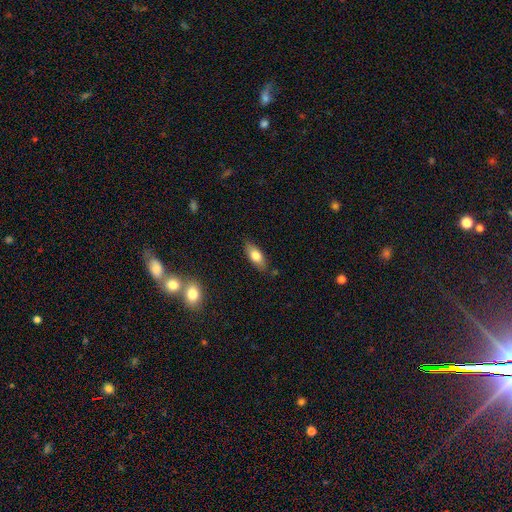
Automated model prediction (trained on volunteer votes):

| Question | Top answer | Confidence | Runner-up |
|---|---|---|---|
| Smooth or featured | smooth | 75% | featured or disk (18%) |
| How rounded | in between | 81% | cigar-shaped (16%) |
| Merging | none | 82% | minor disturbance (14%) |